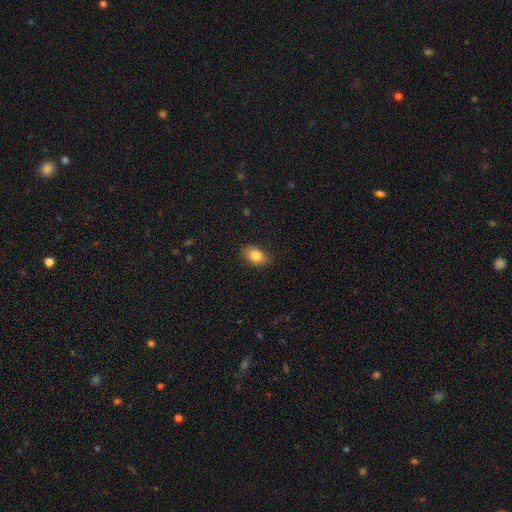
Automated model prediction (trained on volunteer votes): Smooth or featured? Predicted: smooth (p=0.83). How rounded? Predicted: in between (p=0.84). Merging? Predicted: none (p=0.85).